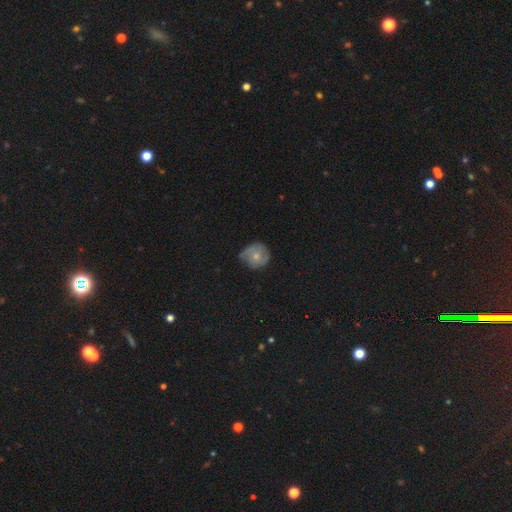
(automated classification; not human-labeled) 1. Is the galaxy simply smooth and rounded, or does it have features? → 55% smooth, 37% featured or disk, 9% star or artifact.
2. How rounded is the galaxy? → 83% round, 16% in between, 1% cigar-shaped.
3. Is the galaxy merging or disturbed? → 56% none, 33% minor disturbance, 9% major disturbance, 2% merger.